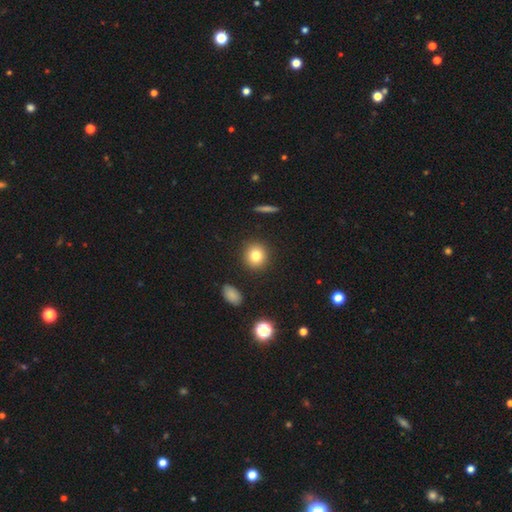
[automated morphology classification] The model was most divided on "smooth or featured": smooth: 80%, star or artifact: 11%, featured or disk: 9%. More confident: merging — none (90%); how rounded — round (89%).